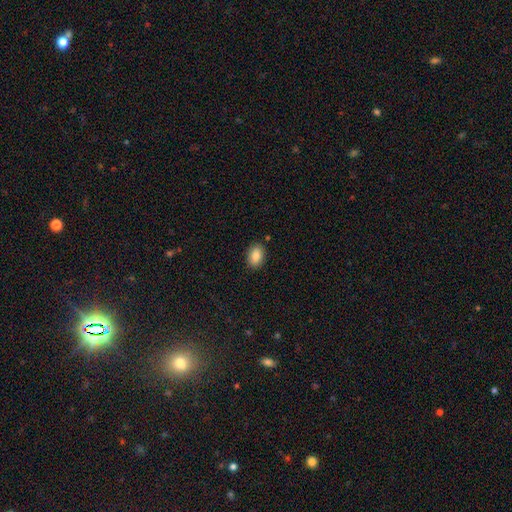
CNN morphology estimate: Smooth or featured? smooth (86%)
How rounded? in between (85%)
Merging? none (88%)